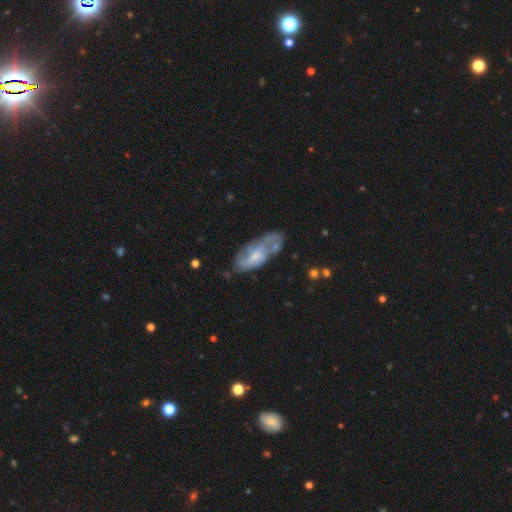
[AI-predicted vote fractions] smooth-or-featured: featured or disk: 63% | smooth: 30% | star or artifact: 6%
  disk-edge-on: no: 90% | yes: 10%
    bar: no: 64% | weak: 31% | strong: 5%
    has-spiral-arms: yes: 77% | no: 23%
    bulge-size: small: 43% | moderate: 40% | none: 11% | large: 5% | dominant: 1%
  merging: none: 51% | minor disturbance: 25% | major disturbance: 15% | merger: 8%